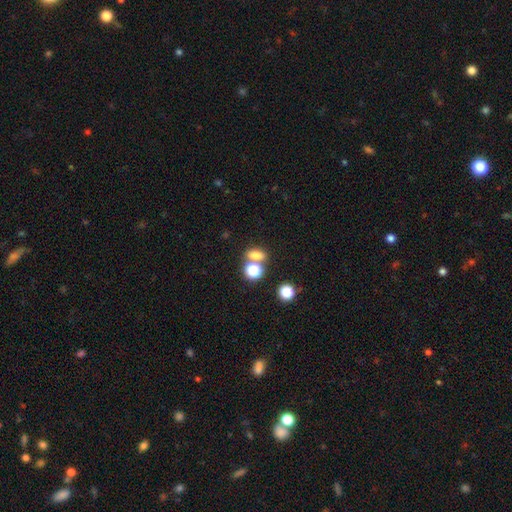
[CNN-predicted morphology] Smooth or featured?
  - smooth: 73% *
  - star or artifact: 18%
  - featured or disk: 9%
How rounded?
  - in between: 60% *
  - round: 34%
  - cigar-shaped: 5%
Merging?
  - none: 53% *
  - merger: 33%
  - minor disturbance: 9%
  - major disturbance: 4%